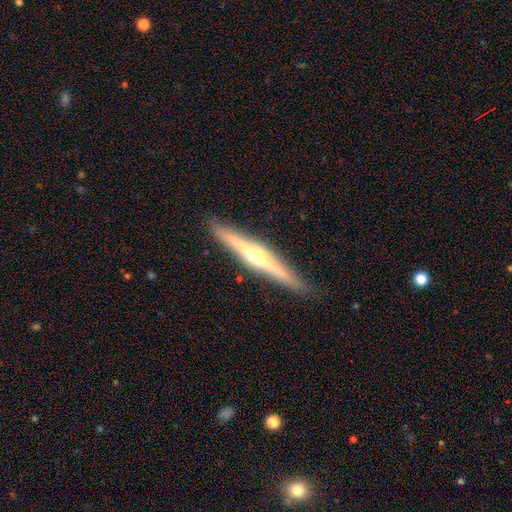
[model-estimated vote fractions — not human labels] Morphology: type=featured or disk (72%); edge-on=yes (98%); edge-on bulge=rounded (85%); merging=none (90%).